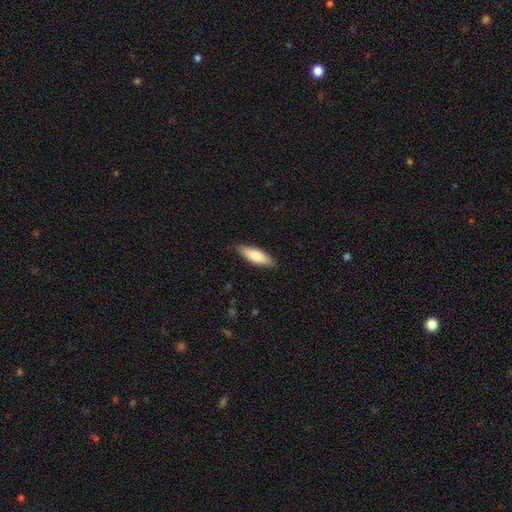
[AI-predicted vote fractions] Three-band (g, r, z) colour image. It shows a smooth galaxy with no disk features (76%) that is in between round and cigar-shaped (54%). Merging: none (86%).